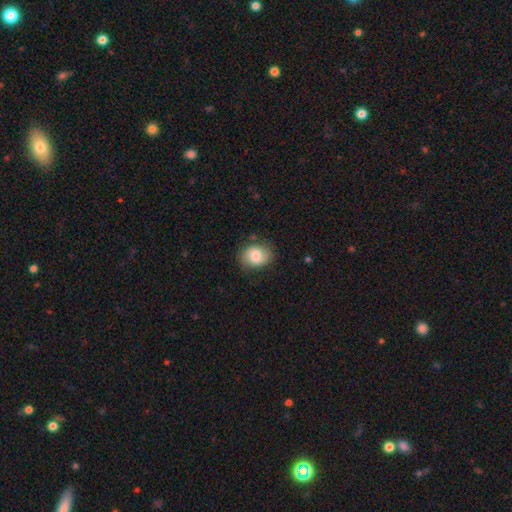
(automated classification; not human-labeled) The model was most divided on "how rounded": round: 54%, in between: 45%, cigar-shaped: 1%. More confident: merging — none (77%); smooth or featured — smooth (76%).